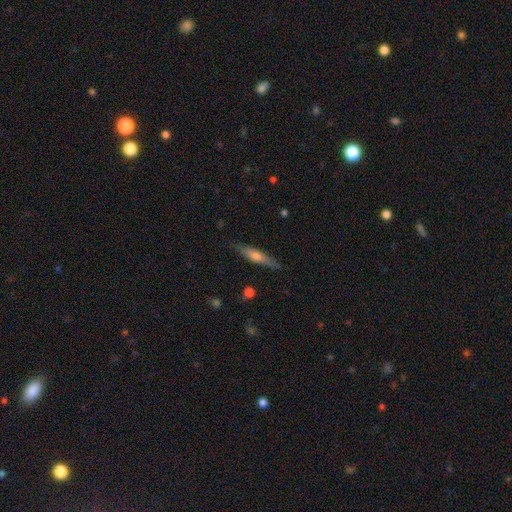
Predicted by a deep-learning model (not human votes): Smooth or featured: smooth — 48% (featured or disk — 45%)
Merging: none — 85% (minor disturbance — 11%)